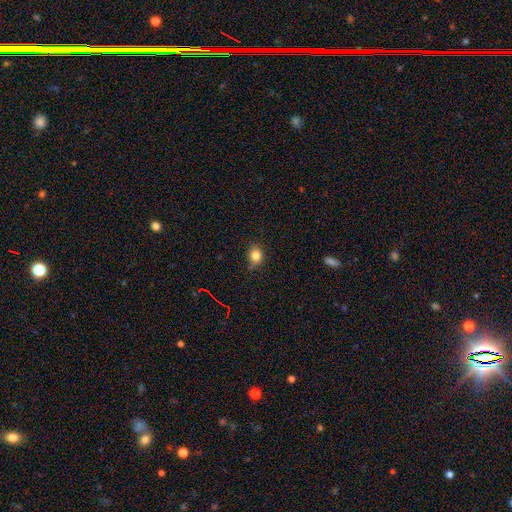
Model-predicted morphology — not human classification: A smooth galaxy with no disk features (81%) that is round (62%).

Vote fractions:
- Smooth or featured? smooth: 81% / star or artifact: 12% / featured or disk: 7%
- How rounded? round: 62% / in between: 37% / cigar-shaped: 1%
- Merging? none: 76% / minor disturbance: 19% / major disturbance: 3% / merger: 2%